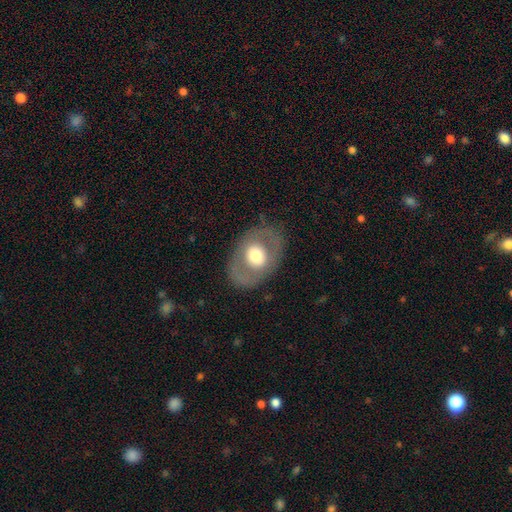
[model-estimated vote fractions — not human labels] Smooth or featured? smooth (49%)
Merging? none (79%)